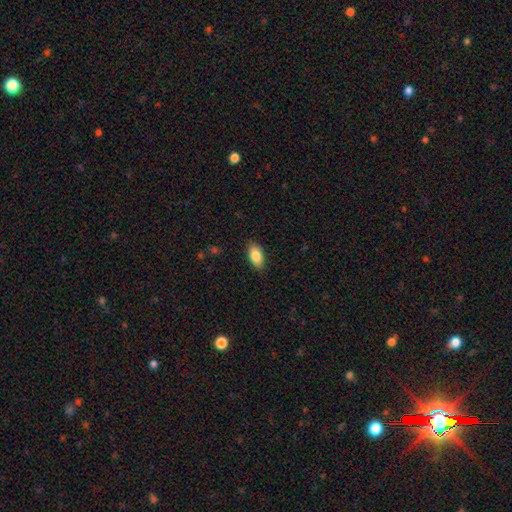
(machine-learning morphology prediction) This appears to be a smooth galaxy with no disk features (83%) that is in between round and cigar-shaped (90%). Merging: none (86%).